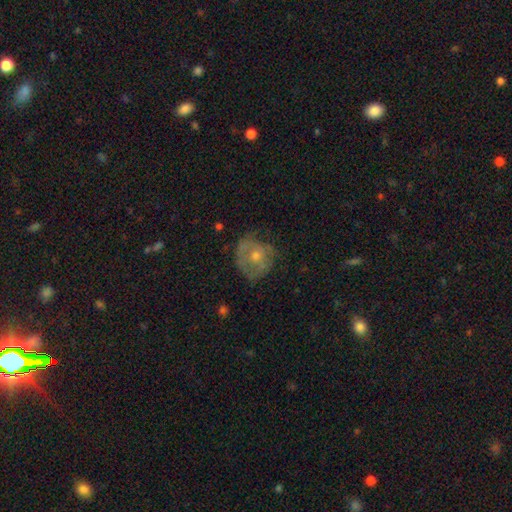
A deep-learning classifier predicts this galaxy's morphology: Smooth or featured? Predicted: featured or disk (p=0.51). Edge-on disk? Predicted: no (p=0.96). Merging? Predicted: none (p=0.59).